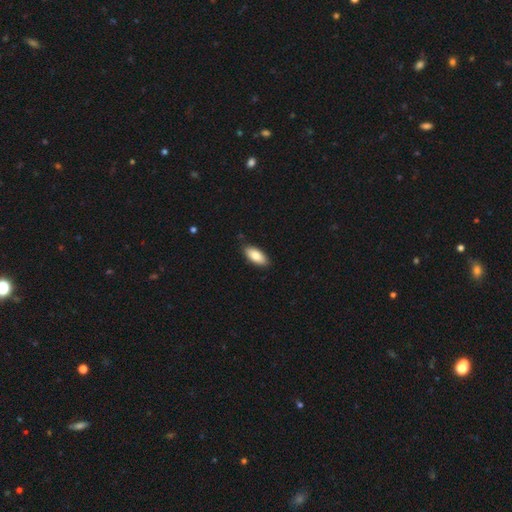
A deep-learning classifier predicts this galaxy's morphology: type=smooth (83%); roundness=in between (88%); merging=none (87%).